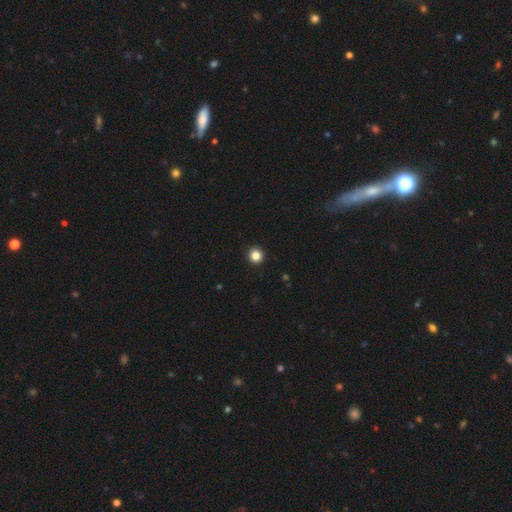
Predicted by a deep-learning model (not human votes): Overall: smooth (85%). How rounded: round (95%). Merging: none (94%).